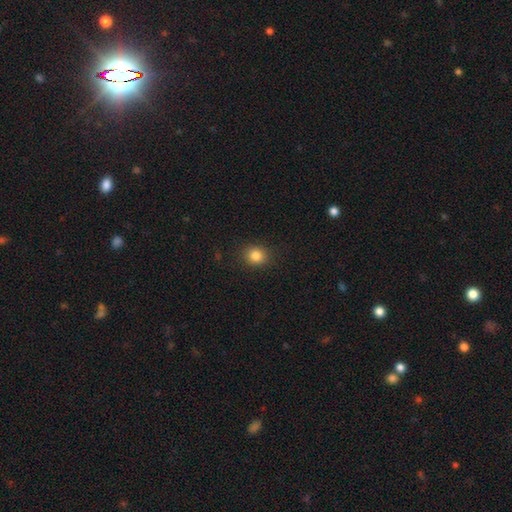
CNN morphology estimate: Smooth or featured: smooth — 83% (star or artifact — 11%)
How rounded: round — 76% (in between — 23%)
Merging: none — 89% (minor disturbance — 8%)